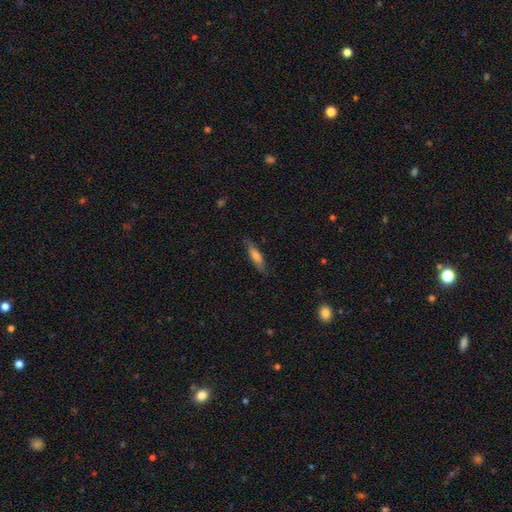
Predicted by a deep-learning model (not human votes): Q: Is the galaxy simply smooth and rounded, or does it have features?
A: smooth — 56%.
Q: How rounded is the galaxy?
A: cigar-shaped — 71%.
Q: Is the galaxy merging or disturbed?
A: none — 80%.